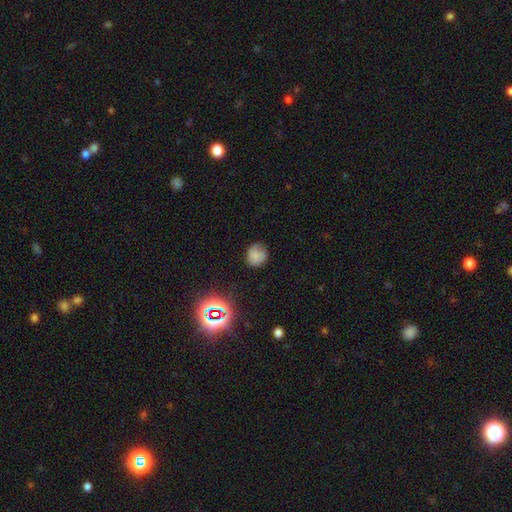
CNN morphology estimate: Overall: smooth (73%). How rounded: round (77%). Merging: none (71%).